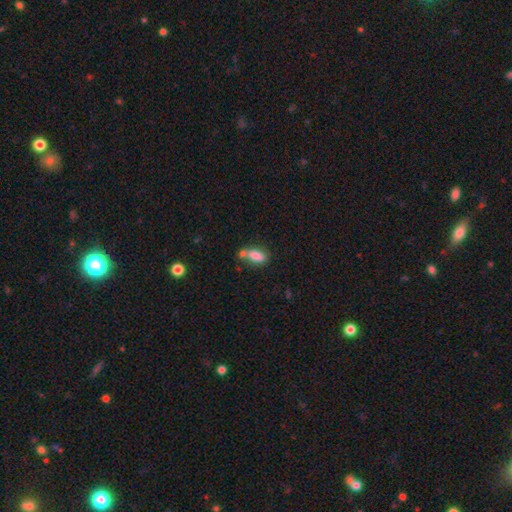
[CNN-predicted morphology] A smooth galaxy with no disk features (78%) that is in between round and cigar-shaped (83%).

Vote fractions:
- Smooth or featured? smooth: 78% / featured or disk: 12% / star or artifact: 9%
- How rounded? in between: 83% / cigar-shaped: 11% / round: 6%
- Merging? none: 40% / merger: 39% / minor disturbance: 15% / major disturbance: 6%